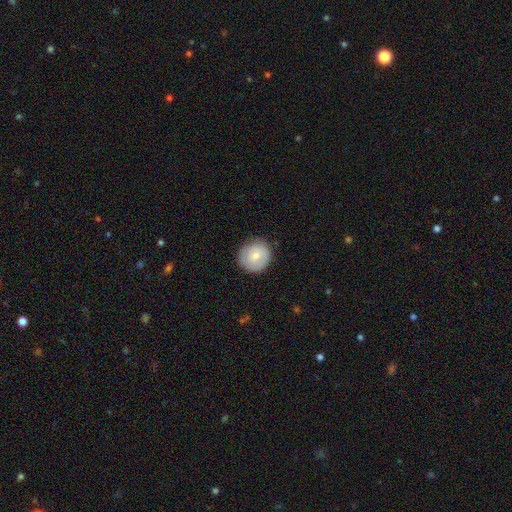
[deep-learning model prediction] smooth 69%, featured or disk 24%, star or artifact 7%. Down the decision tree: how rounded — round (90%); merging — none (84%).